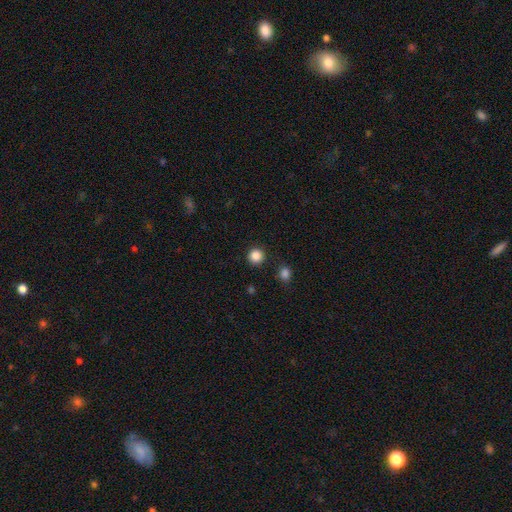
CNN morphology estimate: type=smooth (86%); roundness=round (94%); merging=none (91%).